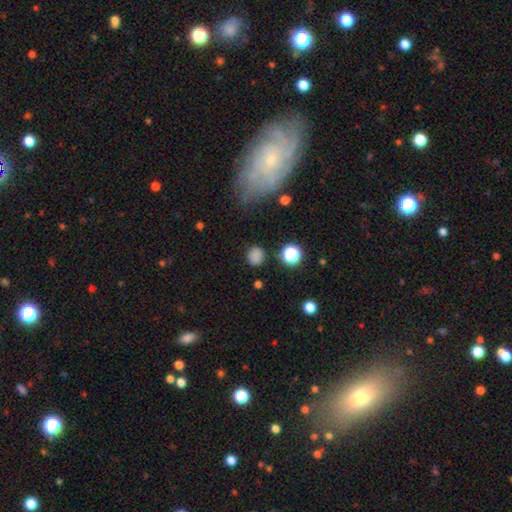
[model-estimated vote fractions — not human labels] The model was most divided on "how rounded": round: 75%, in between: 24%, cigar-shaped: 1%. More confident: merging — none (83%); smooth or featured — smooth (78%).